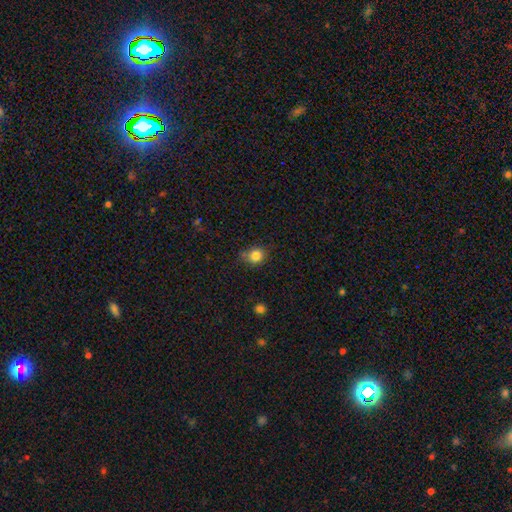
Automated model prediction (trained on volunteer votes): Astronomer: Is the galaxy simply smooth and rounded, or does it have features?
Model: smooth — 83%.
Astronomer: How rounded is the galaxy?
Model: round — 73%.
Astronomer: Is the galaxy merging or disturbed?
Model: none — 71%.